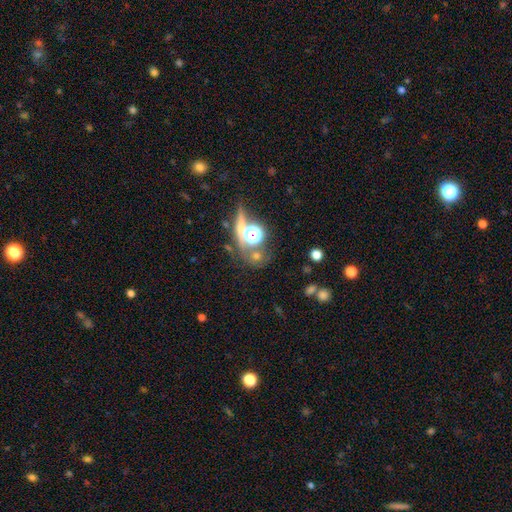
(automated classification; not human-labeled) Morphology: type=star or artifact (54%).